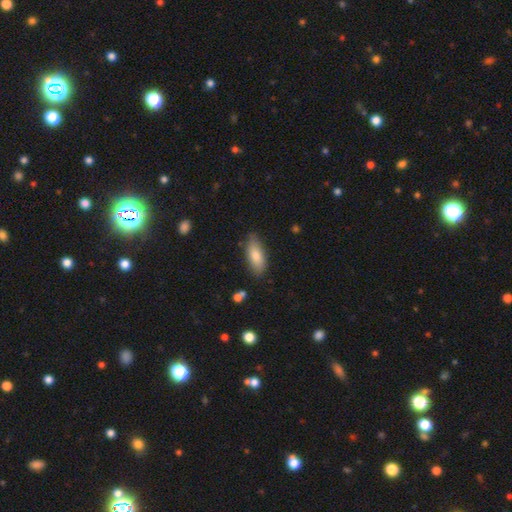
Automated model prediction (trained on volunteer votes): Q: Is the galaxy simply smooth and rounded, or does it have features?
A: smooth — 80%.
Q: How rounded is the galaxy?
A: in between — 79%.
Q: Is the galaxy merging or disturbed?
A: none — 81%.